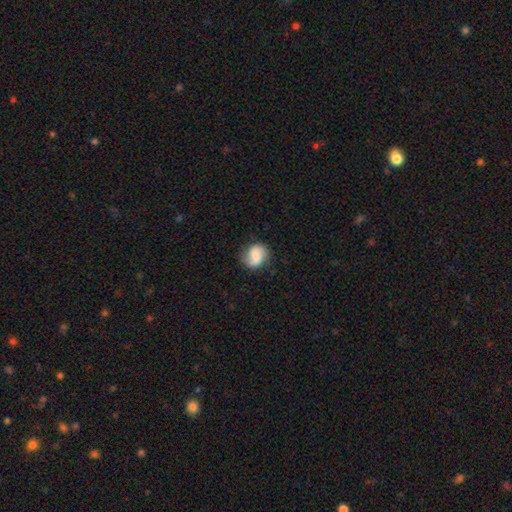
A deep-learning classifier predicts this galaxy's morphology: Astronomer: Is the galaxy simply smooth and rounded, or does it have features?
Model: smooth — 57% (runner-up: featured or disk, 35%).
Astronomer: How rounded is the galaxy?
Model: round — 64%.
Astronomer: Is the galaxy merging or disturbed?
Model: none — 73%.